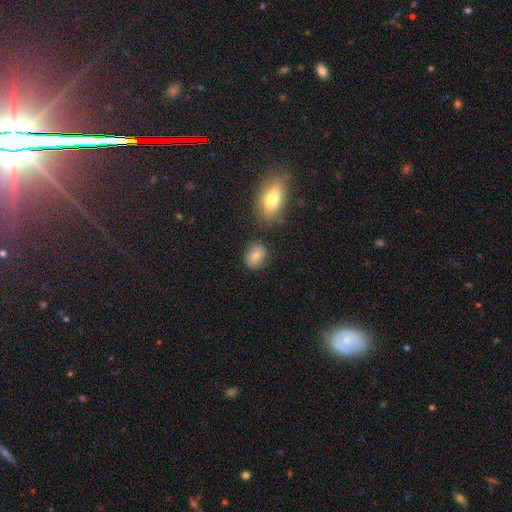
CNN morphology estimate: A smooth galaxy with no disk features (80%) that is in between round and cigar-shaped (67%).

Vote fractions:
- Smooth or featured? smooth: 80% / featured or disk: 11% / star or artifact: 9%
- How rounded? in between: 67% / round: 32% / cigar-shaped: 2%
- Merging? none: 78% / minor disturbance: 13% / merger: 6% / major disturbance: 3%